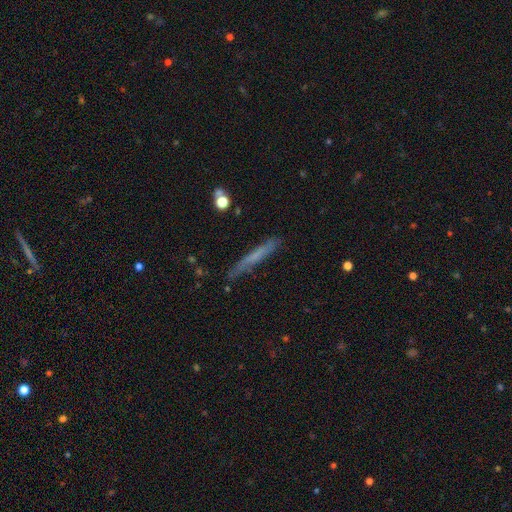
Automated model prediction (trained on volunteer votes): Morphology: type=smooth (51%); roundness=cigar-shaped (94%); merging=none (74%).